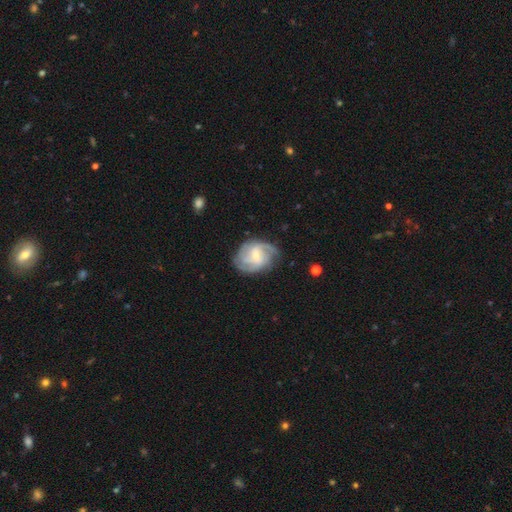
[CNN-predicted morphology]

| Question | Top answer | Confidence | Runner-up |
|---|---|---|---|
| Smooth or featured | featured or disk | 79% | smooth (15%) |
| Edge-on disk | no | 98% | yes (2%) |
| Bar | weak | 53% | no (35%) |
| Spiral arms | yes | 94% | no (6%) |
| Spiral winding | medium | 45% | tight (33%) |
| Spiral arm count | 3 | 29% | 2 (26%) |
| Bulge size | small | 58% | moderate (31%) |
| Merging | none | 69% | minor disturbance (20%) |